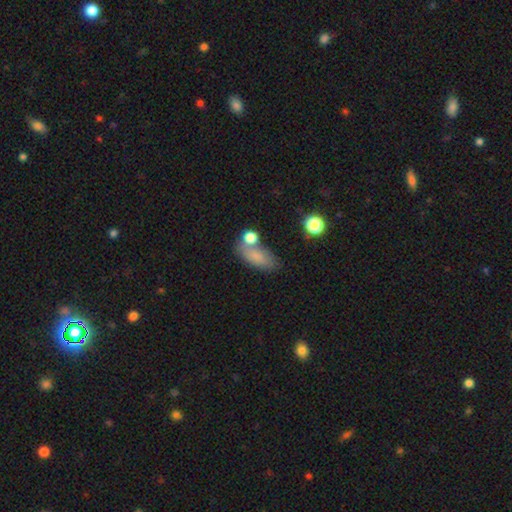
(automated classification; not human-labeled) This is likely a smooth galaxy (77%). How rounded: clearly in between (83%). Merging: possibly none (54%).